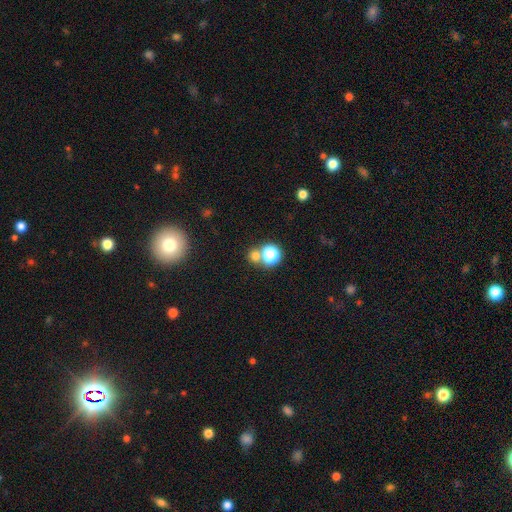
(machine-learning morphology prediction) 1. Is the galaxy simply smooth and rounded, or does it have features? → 65% smooth, 28% star or artifact, 8% featured or disk.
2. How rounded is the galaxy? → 86% round, 13% in between, 1% cigar-shaped.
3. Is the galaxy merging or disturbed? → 61% none, 28% merger, 7% minor disturbance, 4% major disturbance.